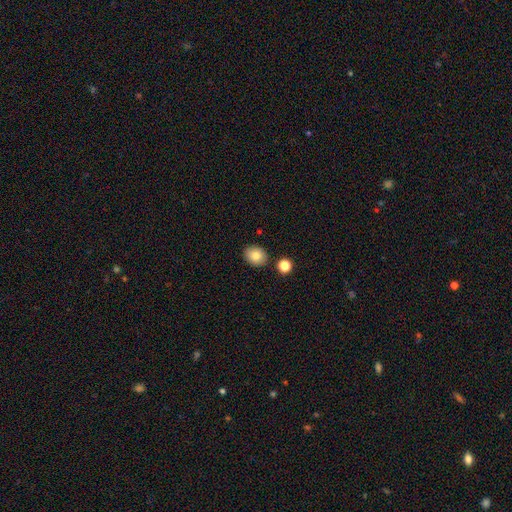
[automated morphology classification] Overall: smooth (82%). How rounded: round (56%; in between 43%). Merging: none (85%).